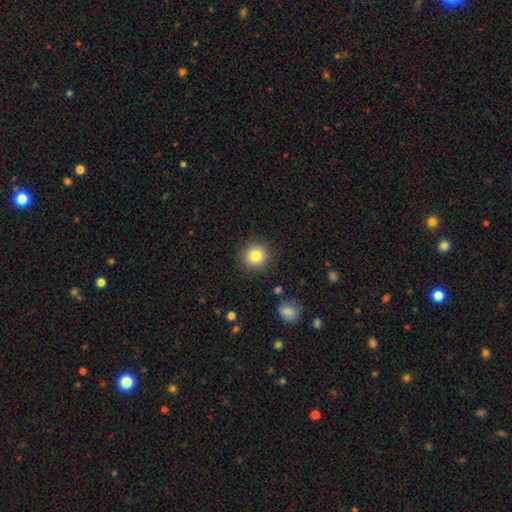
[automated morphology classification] This is clearly a smooth galaxy (82%). How rounded: clearly round (92%). Merging: clearly none (89%).